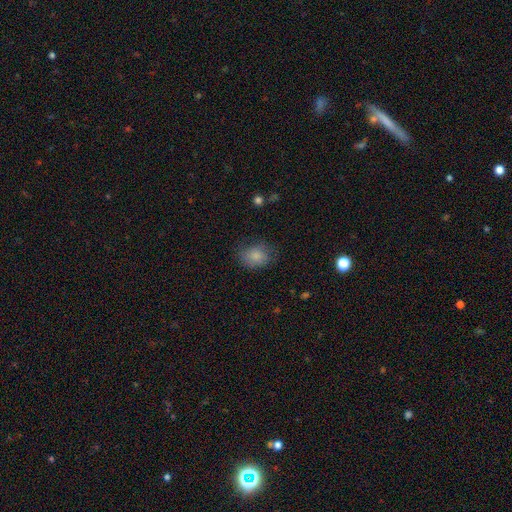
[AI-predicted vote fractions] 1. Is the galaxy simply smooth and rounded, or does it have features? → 84% smooth, 9% star or artifact, 8% featured or disk.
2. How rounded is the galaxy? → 54% in between, 45% round, 1% cigar-shaped.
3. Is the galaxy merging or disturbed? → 68% none, 24% minor disturbance, 7% major disturbance, 1% merger.